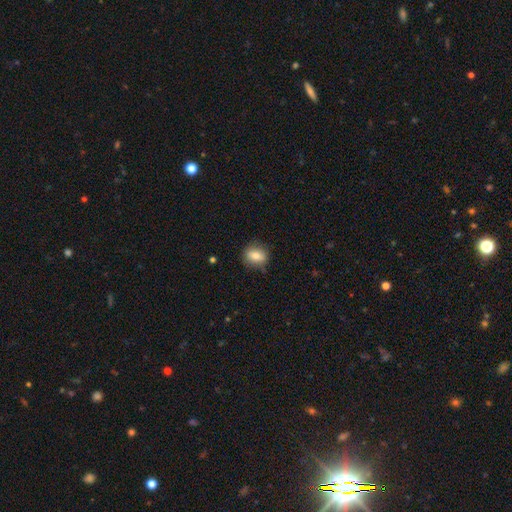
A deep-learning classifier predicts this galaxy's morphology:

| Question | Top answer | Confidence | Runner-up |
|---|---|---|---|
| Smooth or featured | smooth | 76% | featured or disk (15%) |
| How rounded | in between | 53% | round (45%) |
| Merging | none | 79% | minor disturbance (16%) |